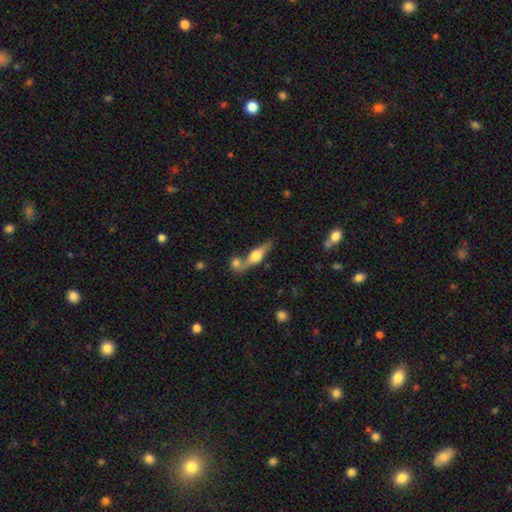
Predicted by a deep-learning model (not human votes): Q: Smooth or featured?
A: featured or disk (62%); runner-up: smooth (31%)
Q: Edge-on disk?
A: yes (92%); runner-up: no (8%)
Q: Edge-on bulge?
A: rounded (92%); runner-up: boxy (5%)
Q: Merging?
A: none (52%); runner-up: merger (31%)